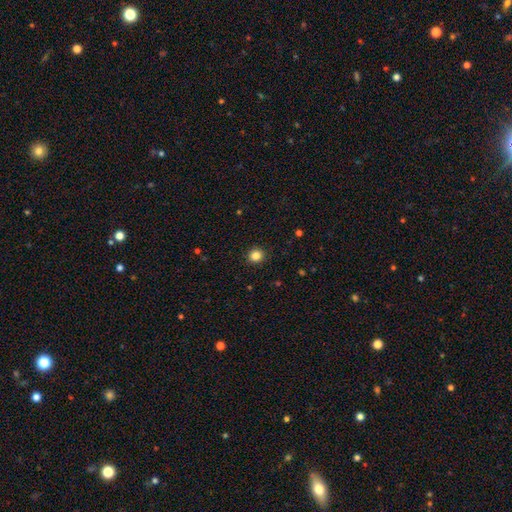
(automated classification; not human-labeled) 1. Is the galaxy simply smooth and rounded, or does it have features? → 85% smooth, 11% star or artifact, 4% featured or disk.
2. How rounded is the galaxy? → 91% round, 9% in between, 1% cigar-shaped.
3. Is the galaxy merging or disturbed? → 92% none, 5% minor disturbance, 2% major disturbance, 1% merger.